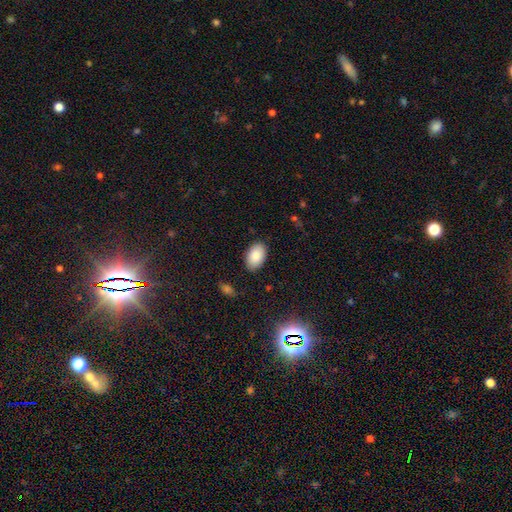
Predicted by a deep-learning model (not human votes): Smooth or featured?
  - smooth: 86% *
  - star or artifact: 7%
  - featured or disk: 7%
How rounded?
  - in between: 92% *
  - round: 7%
  - cigar-shaped: 1%
Merging?
  - none: 87% *
  - minor disturbance: 10%
  - major disturbance: 2%
  - merger: 1%